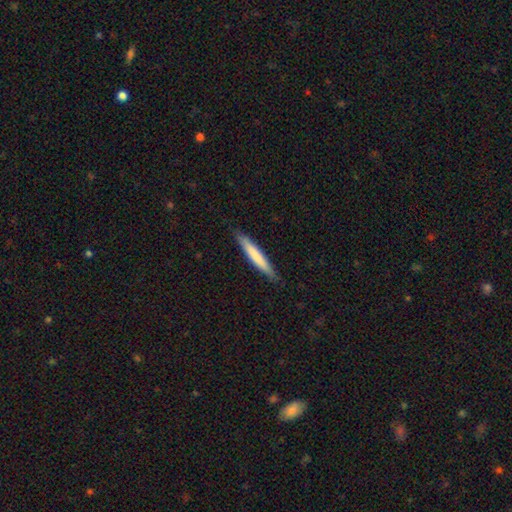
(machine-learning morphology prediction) Smooth or featured? Predicted: smooth (p=0.71). How rounded? Predicted: cigar-shaped (p=0.95). Merging? Predicted: none (p=0.89).